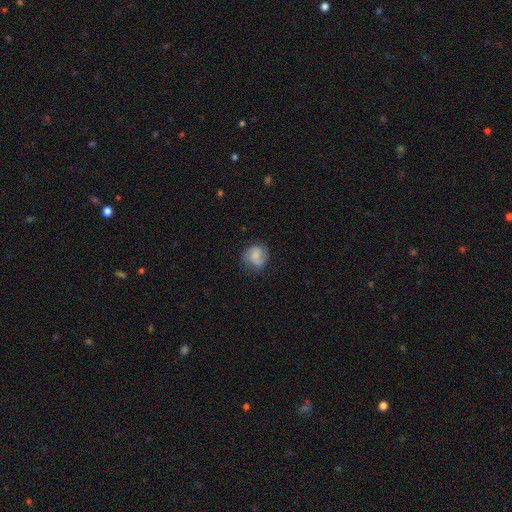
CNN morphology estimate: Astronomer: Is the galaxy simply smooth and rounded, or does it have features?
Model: featured or disk — 57% (runner-up: smooth, 35%).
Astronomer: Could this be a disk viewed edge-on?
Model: no — 98%.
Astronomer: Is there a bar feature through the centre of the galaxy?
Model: no — 51% (runner-up: weak, 41%).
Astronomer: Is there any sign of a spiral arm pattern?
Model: yes — 93%.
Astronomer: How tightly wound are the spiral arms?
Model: medium — 46% (runner-up: tight, 34%).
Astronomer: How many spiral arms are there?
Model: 2 — 82%.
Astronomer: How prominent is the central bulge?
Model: small — 42% (runner-up: moderate, 30%).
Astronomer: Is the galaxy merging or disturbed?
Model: none — 78%.